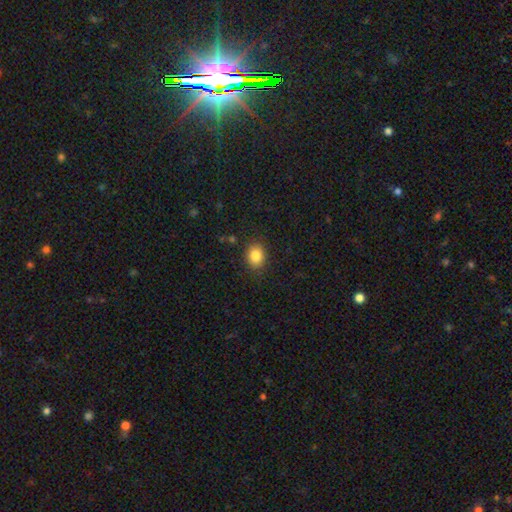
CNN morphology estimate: smooth_or_featured: smooth (p=0.84) [alt: star or artifact p=0.10]
how_rounded: in between (p=0.51) [alt: round p=0.48]
merging: none (p=0.86) [alt: minor disturbance p=0.10]